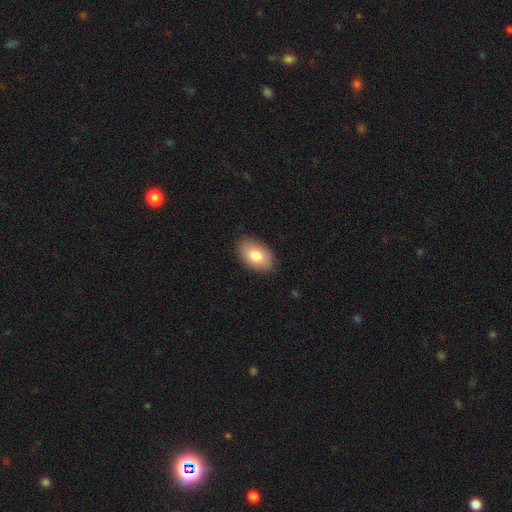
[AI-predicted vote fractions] Q: Smooth or featured?
A: smooth (81%); runner-up: featured or disk (12%)
Q: How rounded?
A: in between (93%); runner-up: round (6%)
Q: Merging?
A: none (86%); runner-up: minor disturbance (10%)